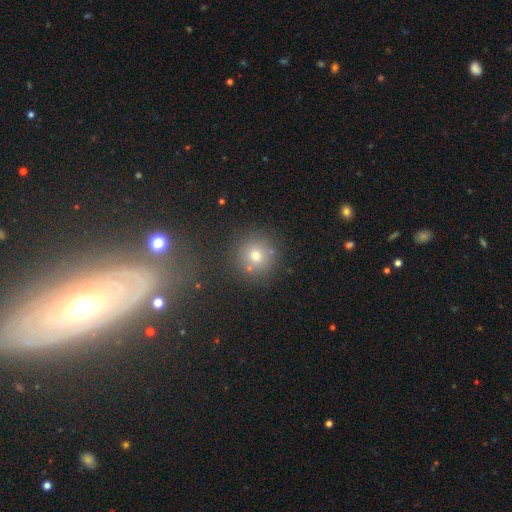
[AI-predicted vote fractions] Smooth or featured? Predicted: smooth (p=0.72). How rounded? Predicted: round (p=0.93). Merging? Predicted: none (p=0.78).